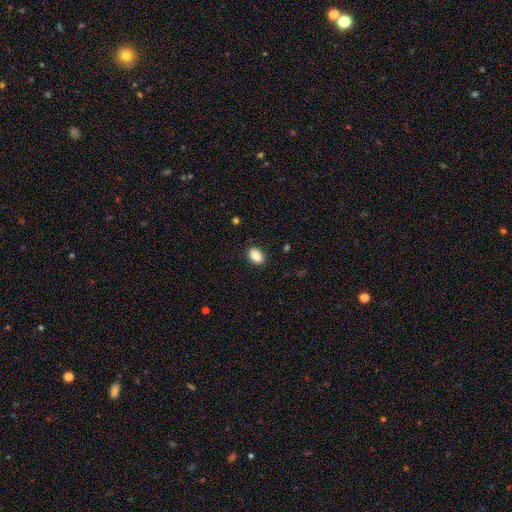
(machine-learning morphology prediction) Smooth or featured?
  - smooth: 87% *
  - star or artifact: 8%
  - featured or disk: 5%
How rounded?
  - in between: 84% *
  - round: 15%
  - cigar-shaped: 1%
Merging?
  - none: 89% *
  - minor disturbance: 8%
  - major disturbance: 2%
  - merger: 1%